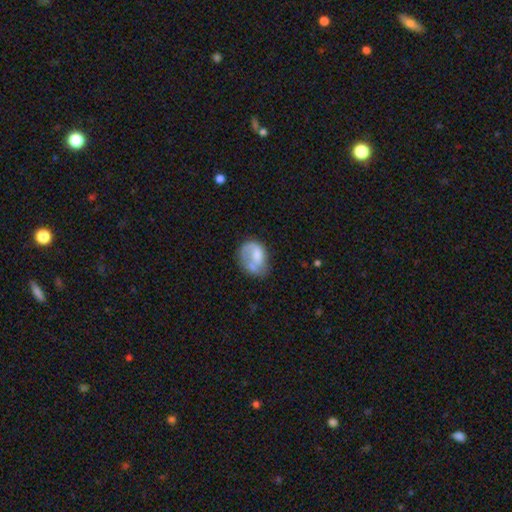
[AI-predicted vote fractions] Smooth or featured? smooth (57%)
How rounded? in between (58%)
Merging? none (34%)